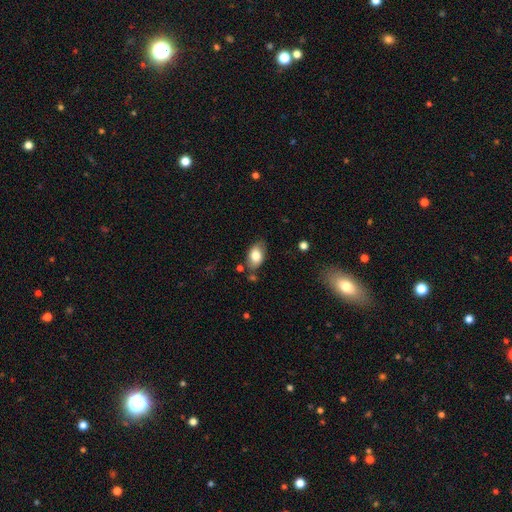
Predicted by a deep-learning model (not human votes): Overall: smooth (78%). How rounded: in between (91%). Merging: none (73%).